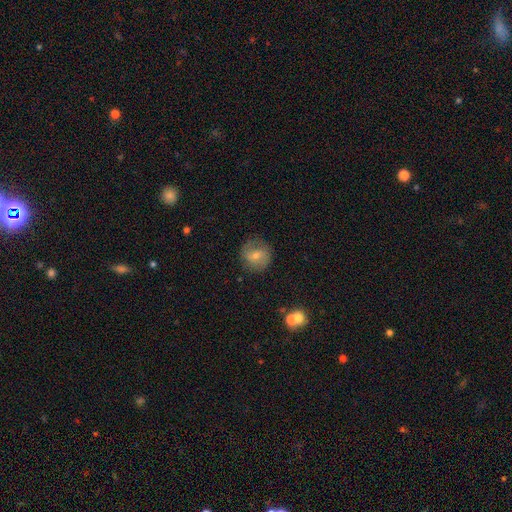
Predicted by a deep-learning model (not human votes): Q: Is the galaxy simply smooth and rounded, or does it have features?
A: smooth — 46%.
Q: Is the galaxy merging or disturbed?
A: none — 79%.